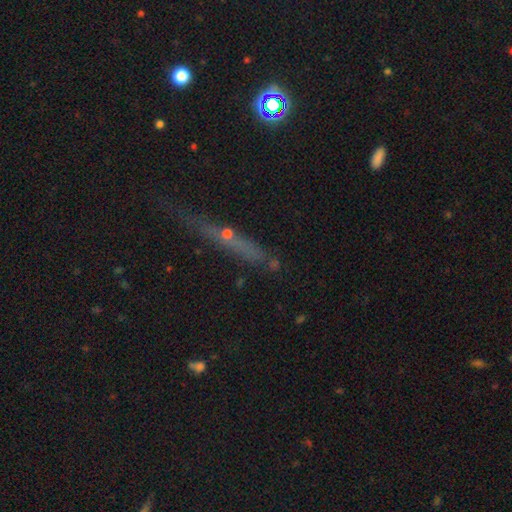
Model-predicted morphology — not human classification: Smooth or featured? featured or disk (44%)
Merging? none (61%)